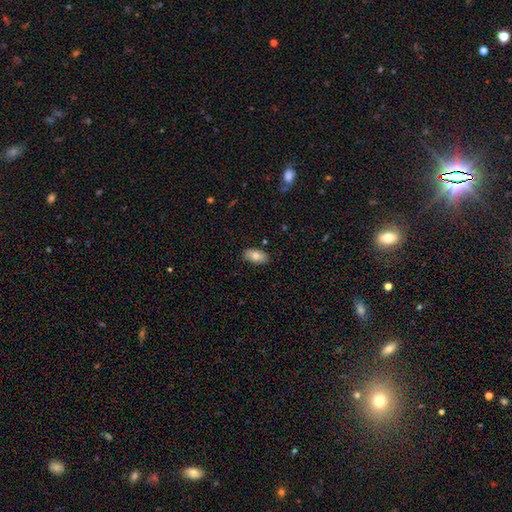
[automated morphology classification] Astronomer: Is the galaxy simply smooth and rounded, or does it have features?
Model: smooth — 82%.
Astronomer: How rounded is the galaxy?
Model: in between — 94%.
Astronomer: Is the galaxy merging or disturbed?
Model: none — 87%.